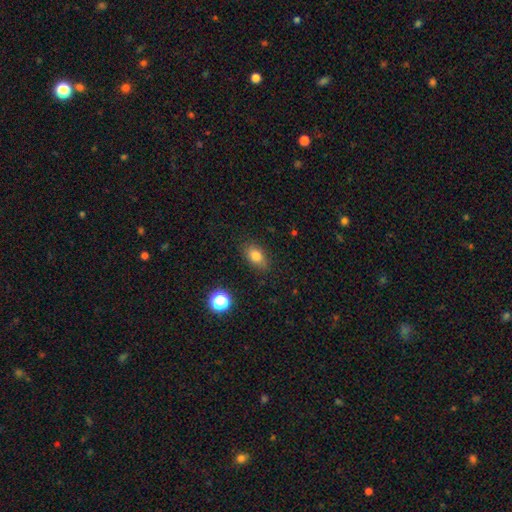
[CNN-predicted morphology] This is likely a smooth galaxy (79%). How rounded: clearly in between (81%). Merging: clearly none (82%).